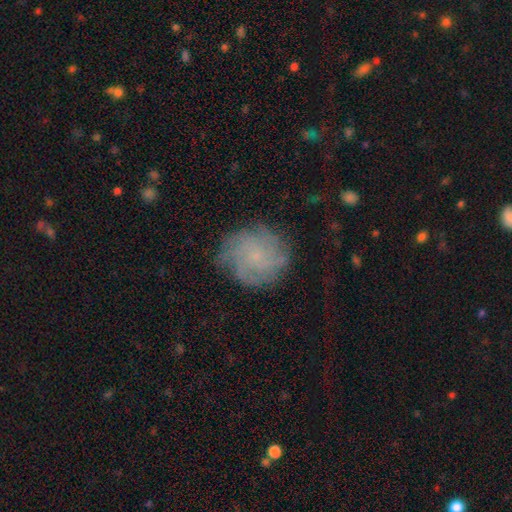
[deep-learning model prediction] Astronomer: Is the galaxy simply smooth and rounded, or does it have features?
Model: featured or disk — 54% (runner-up: smooth, 34%).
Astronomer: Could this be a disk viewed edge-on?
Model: no — 97%.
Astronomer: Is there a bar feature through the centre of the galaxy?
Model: no — 80%.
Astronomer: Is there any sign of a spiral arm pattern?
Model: yes — 88%.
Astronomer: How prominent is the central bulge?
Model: small — 67%.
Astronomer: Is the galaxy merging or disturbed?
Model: none — 78%.